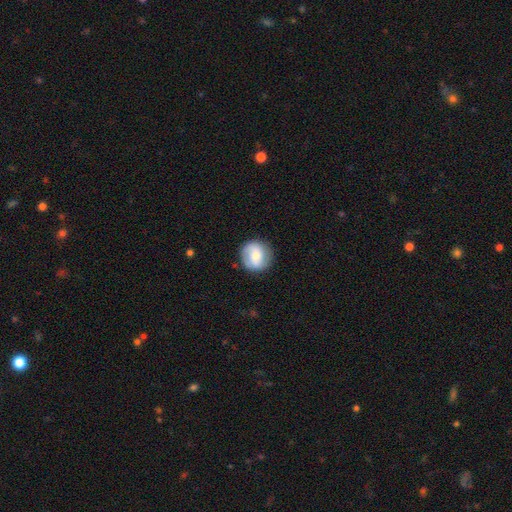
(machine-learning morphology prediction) Overall: smooth (53%; featured or disk 39%). How rounded: round (92%). Merging: none (85%).